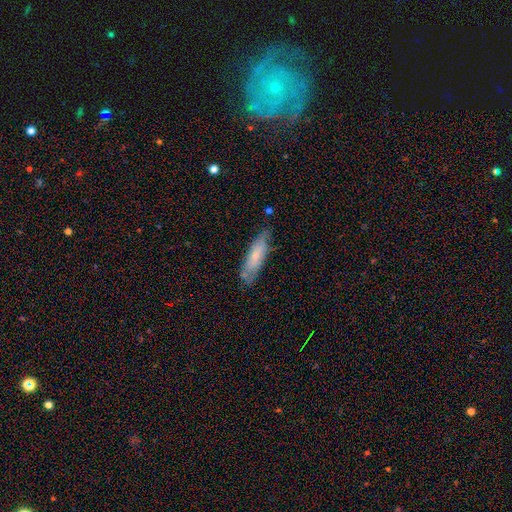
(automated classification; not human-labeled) A smooth galaxy with no disk features (62%) that is cigar-shaped (58%). Merging: none (68%).